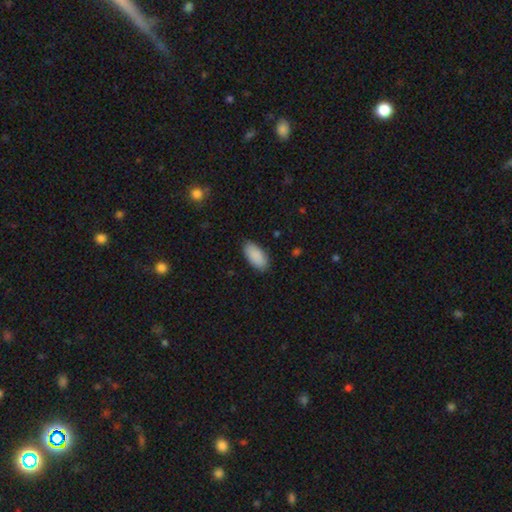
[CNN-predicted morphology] smooth 90%, star or artifact 6%, featured or disk 4%. Down the decision tree: how rounded — in between (93%); merging — none (85%).